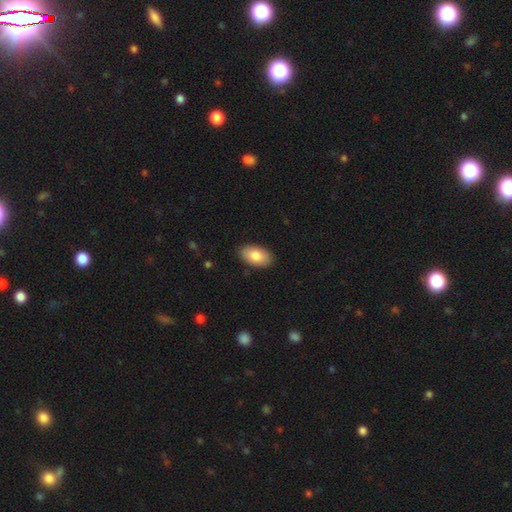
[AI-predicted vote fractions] A smooth galaxy with no disk features (83%) that is in between round and cigar-shaped (95%).

Vote fractions:
- Smooth or featured? smooth: 83% / featured or disk: 11% / star or artifact: 6%
- How rounded? in between: 95% / round: 4% / cigar-shaped: 1%
- Merging? none: 88% / minor disturbance: 9% / major disturbance: 2% / merger: 1%